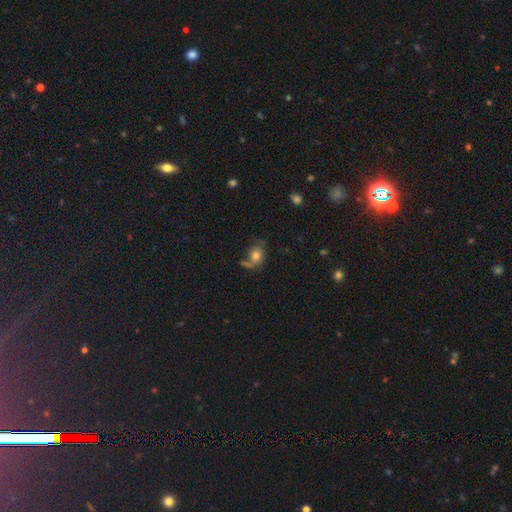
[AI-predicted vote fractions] The model was most divided on "how rounded": in between: 53%, round: 46%, cigar-shaped: 2%. Remaining: smooth or featured — smooth (69%); merging — none (46%).